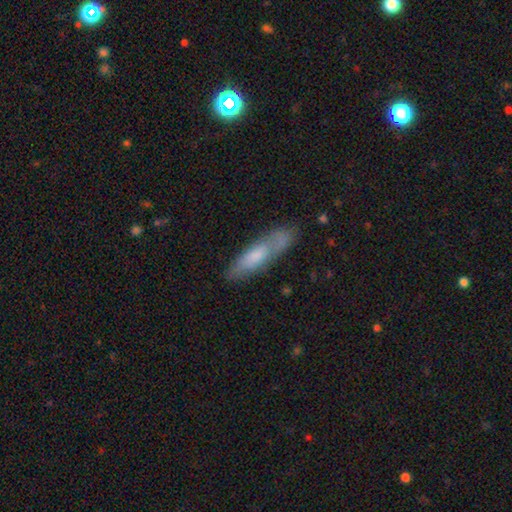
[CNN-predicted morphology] This is likely a smooth galaxy (63%). How rounded: likely cigar-shaped (68%). Merging: likely none (67%).